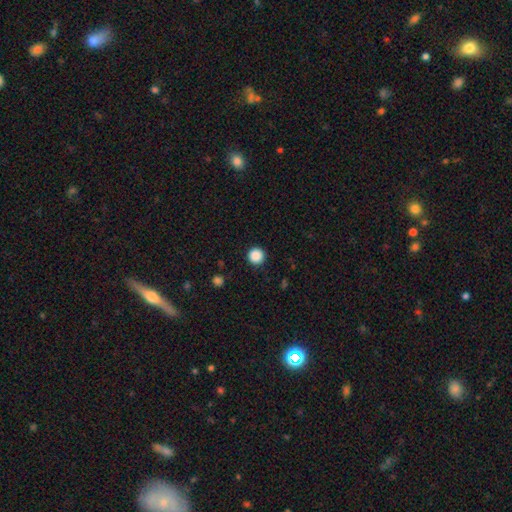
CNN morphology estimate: Overall: smooth (88%). How rounded: round (96%). Merging: none (92%).